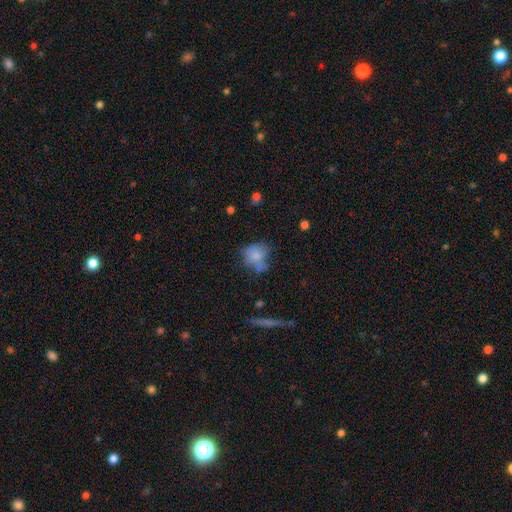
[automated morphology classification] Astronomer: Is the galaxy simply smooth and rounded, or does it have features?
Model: smooth — 69%.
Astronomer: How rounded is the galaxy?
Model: round — 59% (runner-up: in between, 40%).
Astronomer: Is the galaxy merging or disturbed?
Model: none — 42% (runner-up: minor disturbance, 27%).